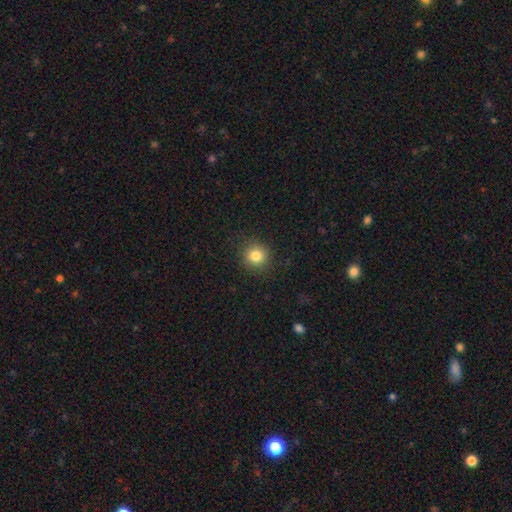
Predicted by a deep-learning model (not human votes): Smooth or featured? smooth (83%)
How rounded? round (92%)
Merging? none (90%)